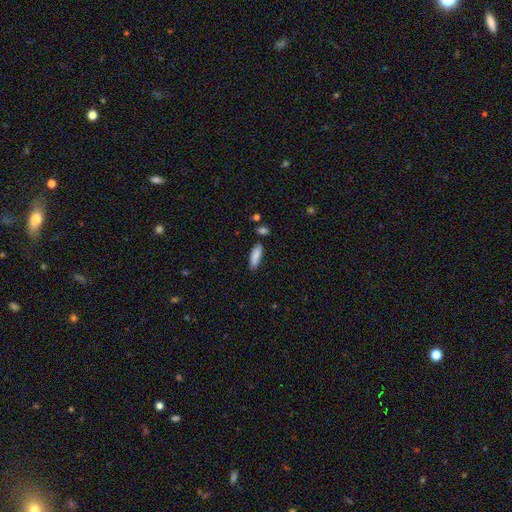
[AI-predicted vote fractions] smooth-or-featured: smooth: 87% | featured or disk: 6% | star or artifact: 6%
  how-rounded: in between: 54% | cigar-shaped: 45% | round: 2%
  merging: none: 79% | minor disturbance: 14% | merger: 4% | major disturbance: 3%